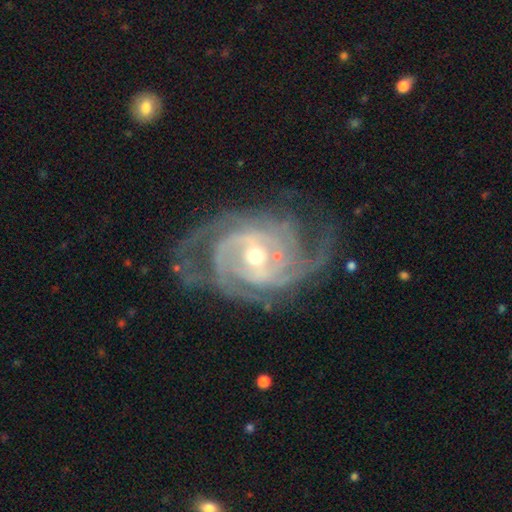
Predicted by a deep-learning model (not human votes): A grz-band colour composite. It shows a featured or disk galaxy (92%) with a weak bar (40%), 3 (32%) tight (59%) spiral arms (98%) and a moderate central bulge (52%). Merging: none (70%).